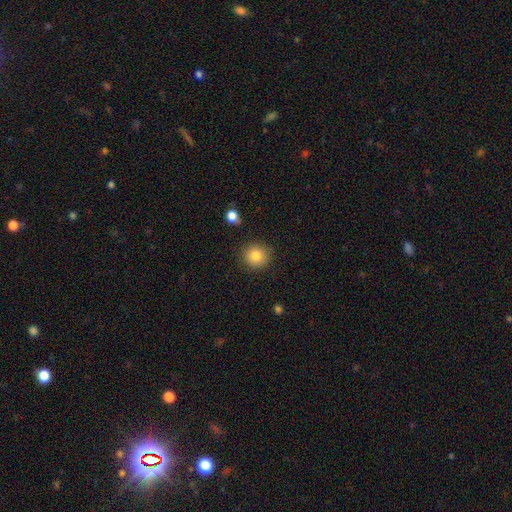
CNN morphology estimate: This is clearly a smooth galaxy (83%). How rounded: clearly round (89%). Merging: clearly none (88%).